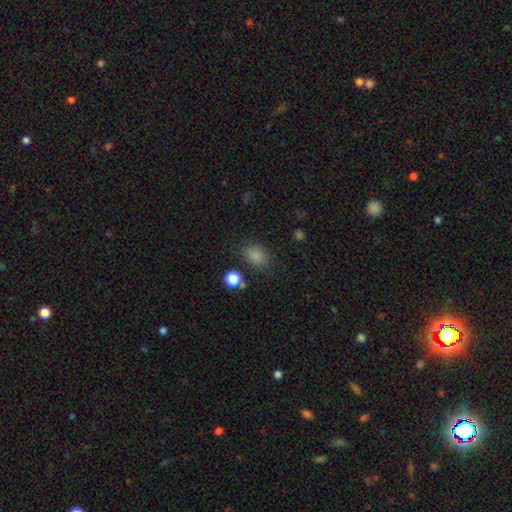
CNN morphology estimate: smooth_or_featured: smooth (p=0.84) [alt: star or artifact p=0.13]
how_rounded: in between (p=0.57) [alt: round p=0.42]
merging: none (p=0.81) [alt: minor disturbance p=0.12]